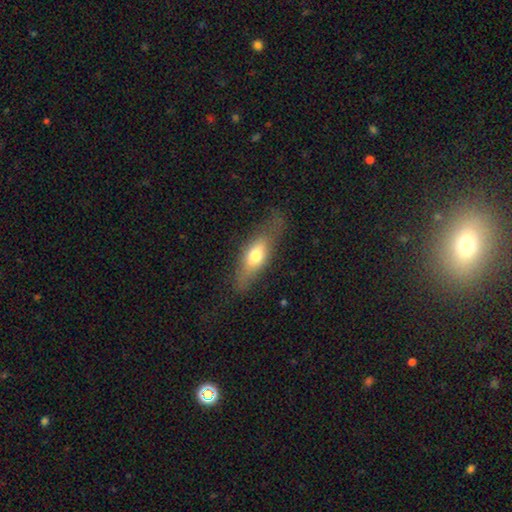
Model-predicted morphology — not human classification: Smooth or featured? Predicted: smooth (p=0.61). How rounded? Predicted: in between (p=0.63). Merging? Predicted: none (p=0.66).